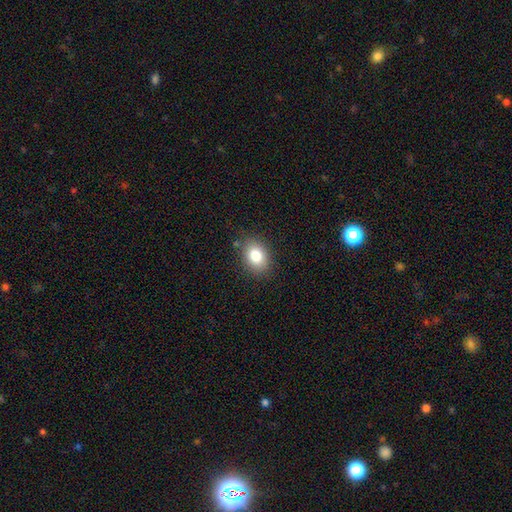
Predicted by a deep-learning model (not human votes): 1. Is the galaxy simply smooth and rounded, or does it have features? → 82% smooth, 9% star or artifact, 9% featured or disk.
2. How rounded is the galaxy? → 70% in between, 29% round, 1% cigar-shaped.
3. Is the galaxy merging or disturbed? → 83% none, 12% minor disturbance, 3% major disturbance, 2% merger.